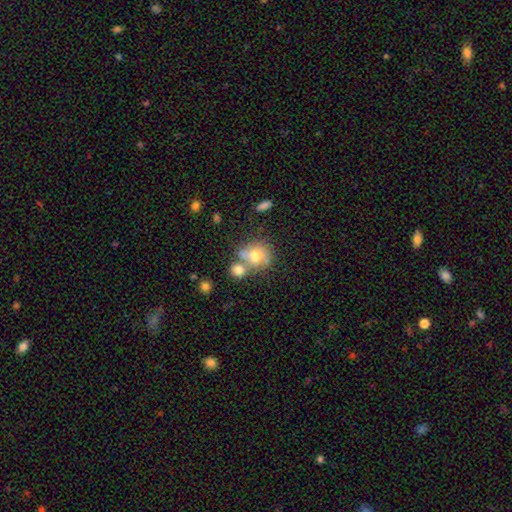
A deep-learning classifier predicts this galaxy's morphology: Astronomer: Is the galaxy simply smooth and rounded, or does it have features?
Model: smooth — 70%.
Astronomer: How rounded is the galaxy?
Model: round — 75%.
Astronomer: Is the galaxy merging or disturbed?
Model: none — 42% (runner-up: merger, 40%).